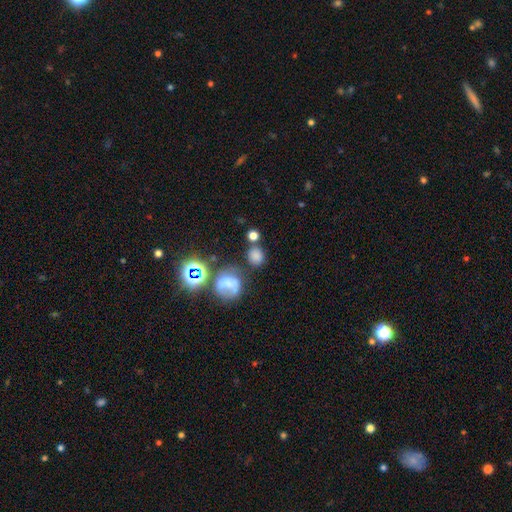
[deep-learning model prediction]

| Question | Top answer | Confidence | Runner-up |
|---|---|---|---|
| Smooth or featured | smooth | 73% | star or artifact (18%) |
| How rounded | round | 74% | in between (25%) |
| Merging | none | 64% | minor disturbance (15%) |